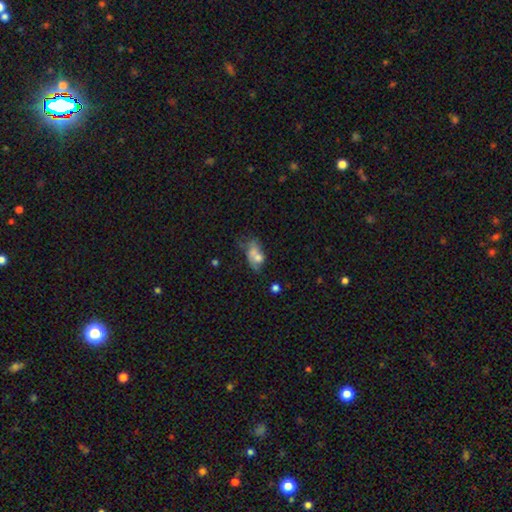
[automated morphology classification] Smooth or featured: smooth — 54% (featured or disk — 34%)
How rounded: in between — 79% (round — 18%)
Merging: merger — 38% (none — 24%)